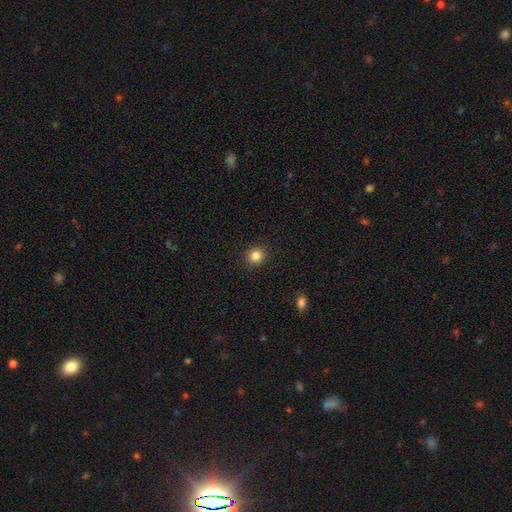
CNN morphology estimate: This is clearly a smooth galaxy (84%). How rounded: clearly round (89%). Merging: clearly none (91%).